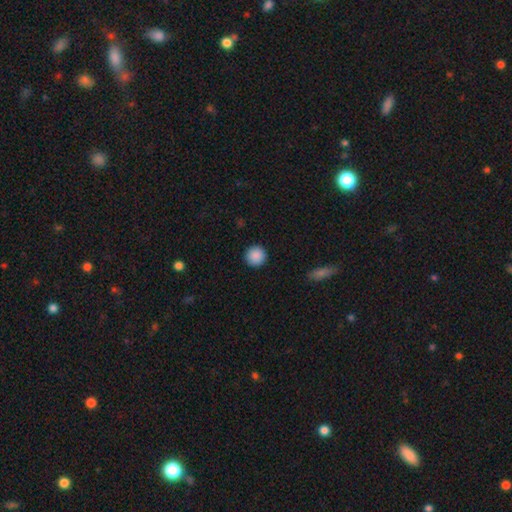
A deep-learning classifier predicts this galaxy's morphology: smooth-or-featured: smooth: 89% | star or artifact: 8% | featured or disk: 3%
  how-rounded: round: 95% | in between: 4% | cigar-shaped: 1%
  merging: none: 92% | minor disturbance: 5% | major disturbance: 2% | merger: 1%